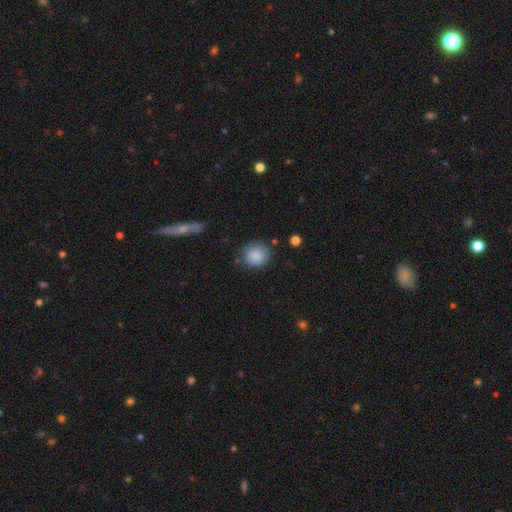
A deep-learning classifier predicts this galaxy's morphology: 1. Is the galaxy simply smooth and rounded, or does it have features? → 88% smooth, 8% star or artifact, 4% featured or disk.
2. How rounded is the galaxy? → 81% round, 18% in between, 1% cigar-shaped.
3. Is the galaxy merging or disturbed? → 81% none, 13% minor disturbance, 4% major disturbance, 2% merger.